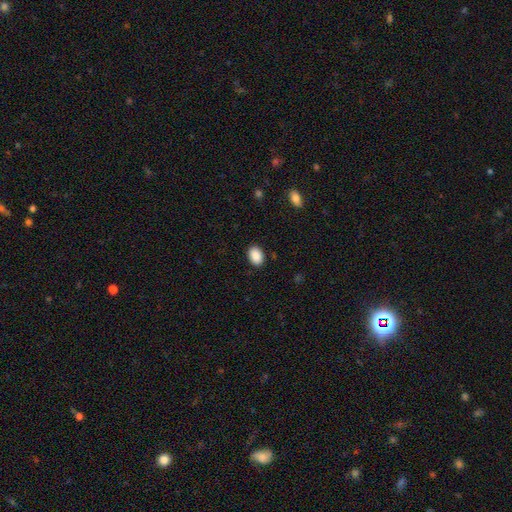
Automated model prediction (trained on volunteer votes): Q: Smooth or featured?
A: smooth (90%); runner-up: star or artifact (7%)
Q: How rounded?
A: in between (82%); runner-up: round (17%)
Q: Merging?
A: none (89%); runner-up: minor disturbance (8%)